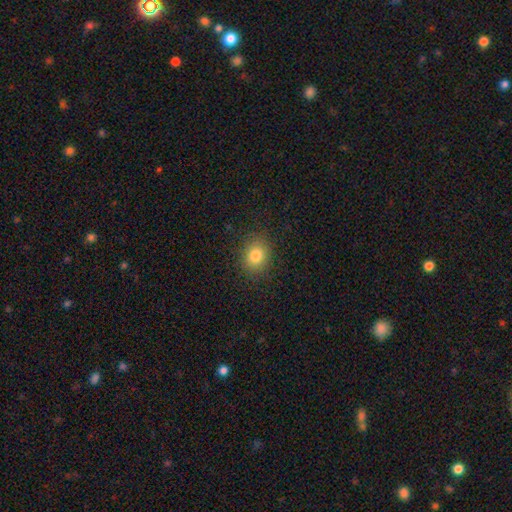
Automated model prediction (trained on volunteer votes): Smooth or featured: smooth — 82% (star or artifact — 11%)
How rounded: round — 54% (in between — 45%)
Merging: none — 87% (minor disturbance — 9%)